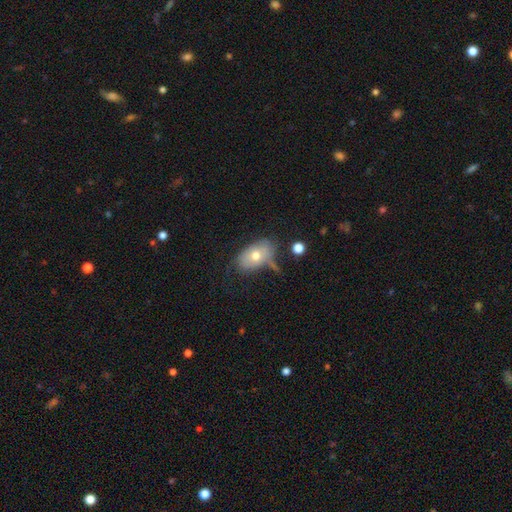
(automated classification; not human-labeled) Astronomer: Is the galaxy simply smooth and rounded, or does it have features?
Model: smooth — 65%.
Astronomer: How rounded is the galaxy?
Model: in between — 88%.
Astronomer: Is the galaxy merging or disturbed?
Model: none — 49% (runner-up: minor disturbance, 27%).